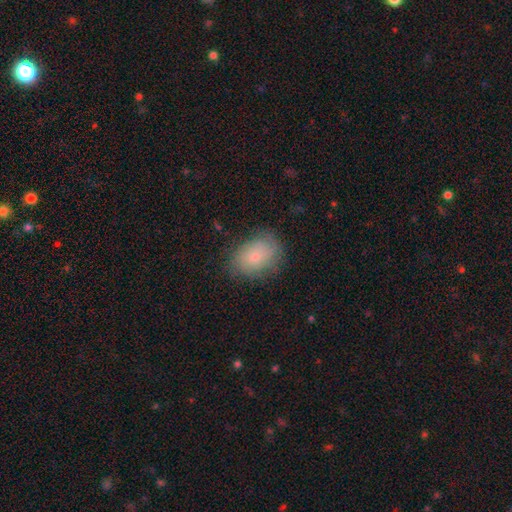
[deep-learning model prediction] Smooth or featured? Predicted: smooth (p=0.68). How rounded? Predicted: in between (p=0.74). Merging? Predicted: none (p=0.73).